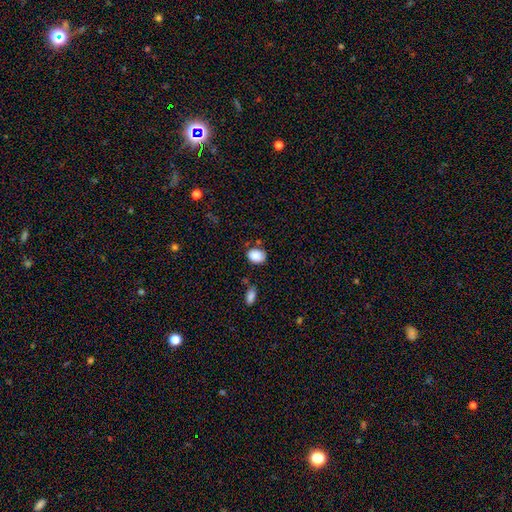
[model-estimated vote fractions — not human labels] This is clearly a smooth galaxy (88%). How rounded: likely in between (65%). Merging: likely none (69%).